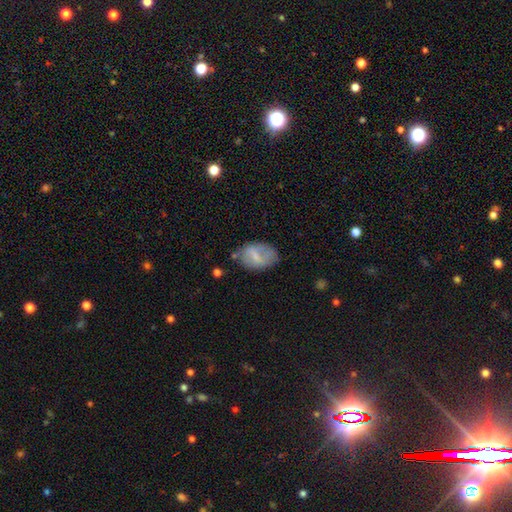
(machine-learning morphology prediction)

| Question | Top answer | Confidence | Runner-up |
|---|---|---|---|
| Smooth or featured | smooth | 54% | featured or disk (38%) |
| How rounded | in between | 81% | round (18%) |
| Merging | none | 58% | minor disturbance (27%) |